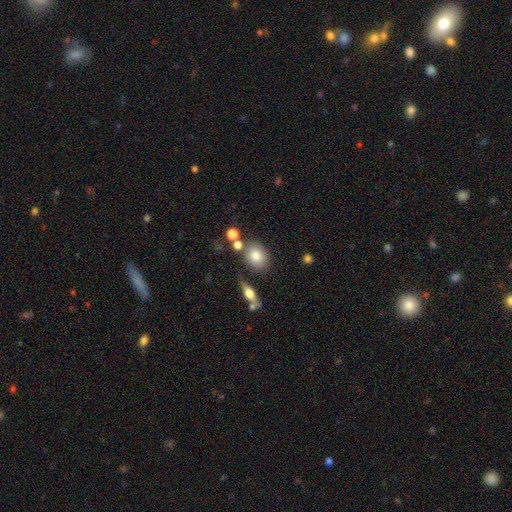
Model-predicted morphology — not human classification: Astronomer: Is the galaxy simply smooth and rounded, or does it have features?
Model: smooth — 78%.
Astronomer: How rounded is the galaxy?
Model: in between — 50% (runner-up: round, 48%).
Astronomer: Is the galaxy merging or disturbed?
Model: none — 71%.